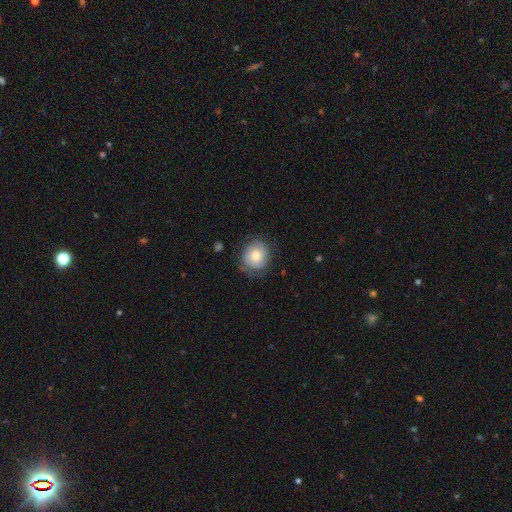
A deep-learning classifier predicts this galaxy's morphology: A smooth galaxy with no disk features (57%) that is round (76%).

Vote fractions:
- Smooth or featured? smooth: 57% / featured or disk: 36% / star or artifact: 8%
- How rounded? round: 76% / in between: 24% / cigar-shaped: 1%
- Merging? none: 69% / minor disturbance: 21% / major disturbance: 8% / merger: 1%